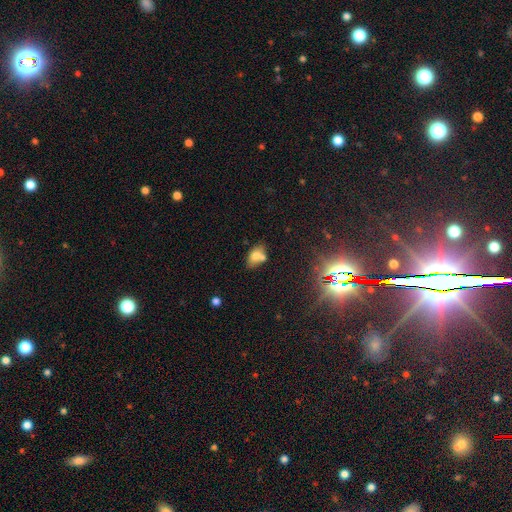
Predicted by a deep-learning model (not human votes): Q: Smooth or featured?
A: smooth (69%); runner-up: featured or disk (18%)
Q: How rounded?
A: in between (82%); runner-up: round (16%)
Q: Merging?
A: none (45%); runner-up: merger (33%)